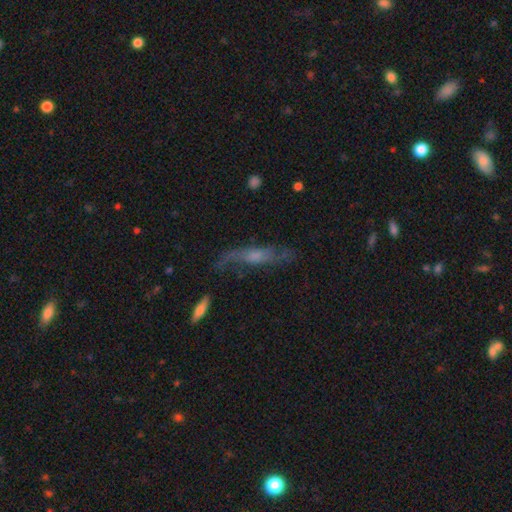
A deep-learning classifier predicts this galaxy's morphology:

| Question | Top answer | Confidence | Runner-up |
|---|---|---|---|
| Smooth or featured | featured or disk | 64% | smooth (26%) |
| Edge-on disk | no | 56% | yes (44%) |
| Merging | none | 53% | minor disturbance (23%) |